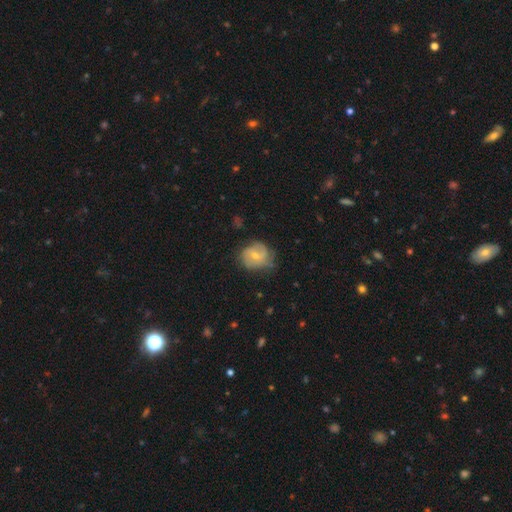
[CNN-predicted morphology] smooth_or_featured: featured or disk (p=0.50) [alt: smooth p=0.42]
disk_edge_on: no (p=0.97) [alt: yes p=0.03]
merging: none (p=0.53) [alt: minor disturbance p=0.32]